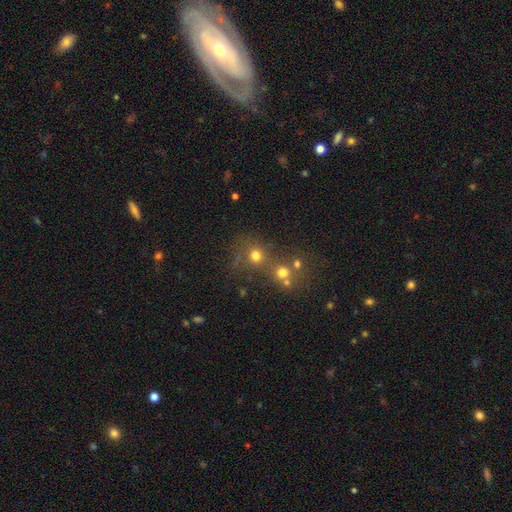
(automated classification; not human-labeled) This appears to be a smooth galaxy with no disk features (69%) that is round (86%). Merging: none (54%).